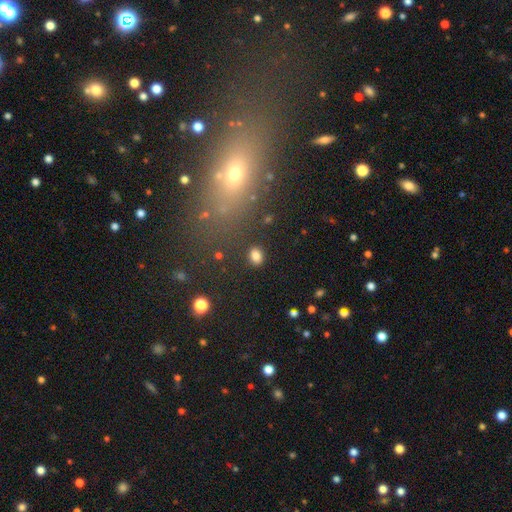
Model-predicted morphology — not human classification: smooth 83%, star or artifact 11%, featured or disk 5%. Down the decision tree: how rounded — in between (64%); merging — none (87%).